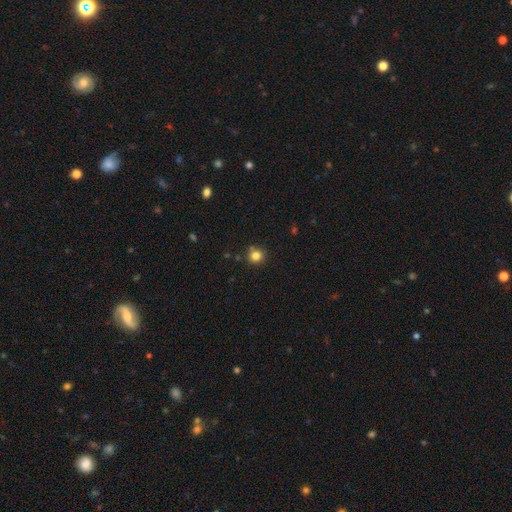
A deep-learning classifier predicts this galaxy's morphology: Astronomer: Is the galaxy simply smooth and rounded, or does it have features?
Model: smooth — 82%.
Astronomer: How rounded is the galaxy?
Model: round — 91%.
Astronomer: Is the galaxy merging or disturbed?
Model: none — 82%.